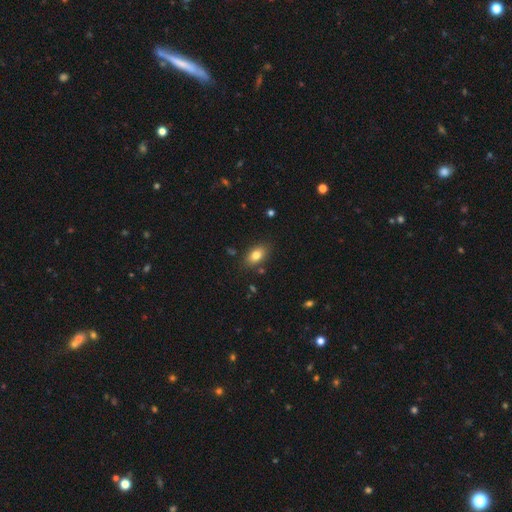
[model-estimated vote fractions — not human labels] The model was most divided on "smooth or featured": smooth: 80%, featured or disk: 11%, star or artifact: 9%. More confident: how rounded — in between (86%); merging — none (83%).